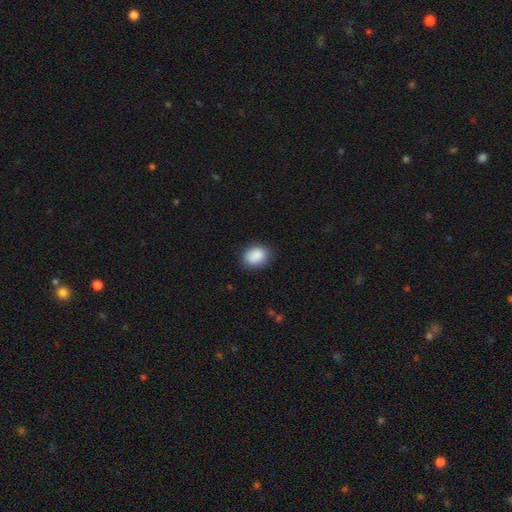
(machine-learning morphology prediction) The model was most divided on "how rounded": in between: 66%, round: 32%, cigar-shaped: 1%. More confident: smooth or featured — smooth (89%); merging — none (83%).